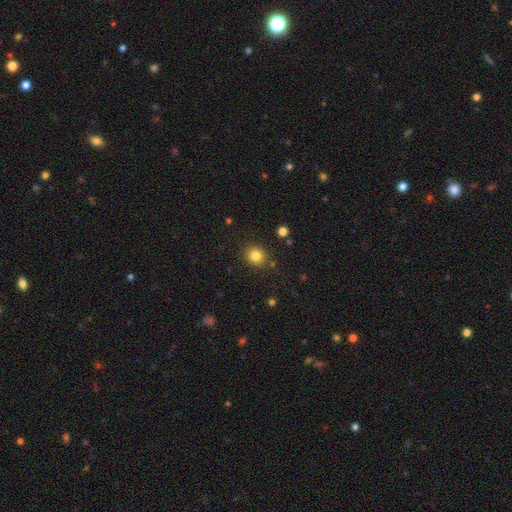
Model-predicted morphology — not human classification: Overall: smooth (83%). How rounded: round (84%). Merging: none (88%).